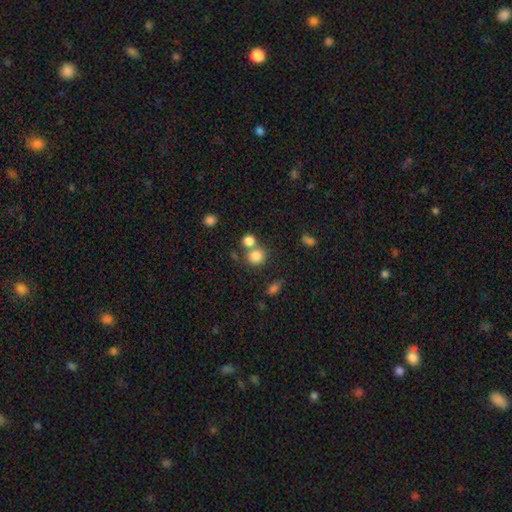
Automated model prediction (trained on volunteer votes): A smooth galaxy with no disk features (82%) that is round (85%). Merging: none (58%).